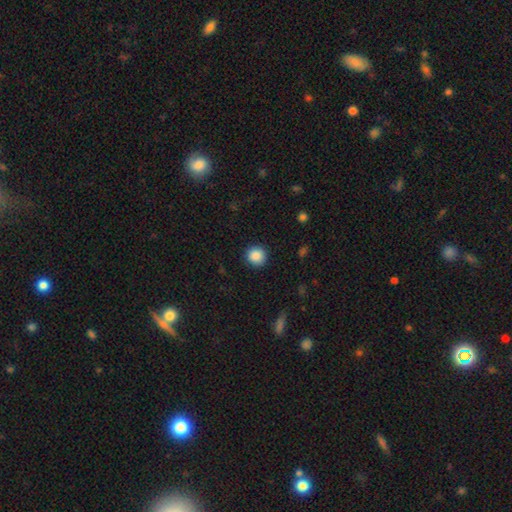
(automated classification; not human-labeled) Smooth or featured?
  - smooth: 88% *
  - star or artifact: 9%
  - featured or disk: 3%
How rounded?
  - round: 93% *
  - in between: 6%
  - cigar-shaped: 1%
Merging?
  - none: 91% *
  - minor disturbance: 6%
  - major disturbance: 2%
  - merger: 1%